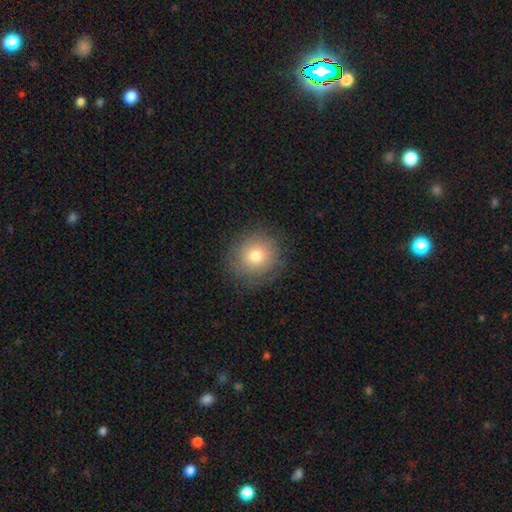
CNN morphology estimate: Smooth or featured? smooth (74%)
How rounded? round (91%)
Merging? none (83%)